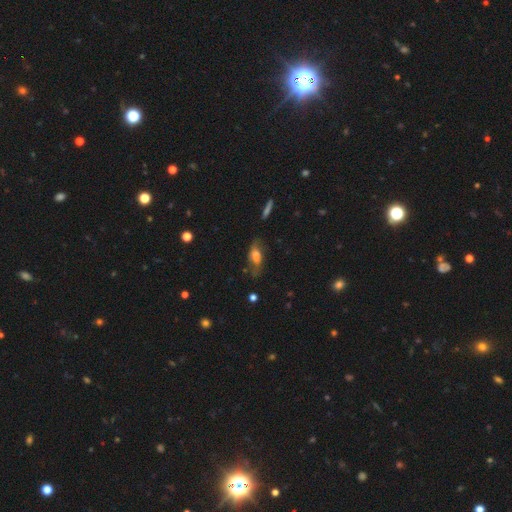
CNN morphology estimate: Smooth or featured: smooth — 46% (featured or disk — 44%)
Merging: none — 56% (minor disturbance — 26%)